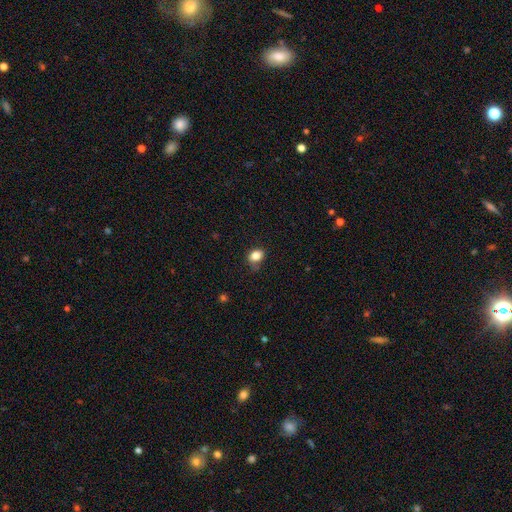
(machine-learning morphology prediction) Q: Smooth or featured?
A: smooth (83%); runner-up: star or artifact (10%)
Q: How rounded?
A: in between (56%); runner-up: round (43%)
Q: Merging?
A: none (61%); runner-up: minor disturbance (29%)